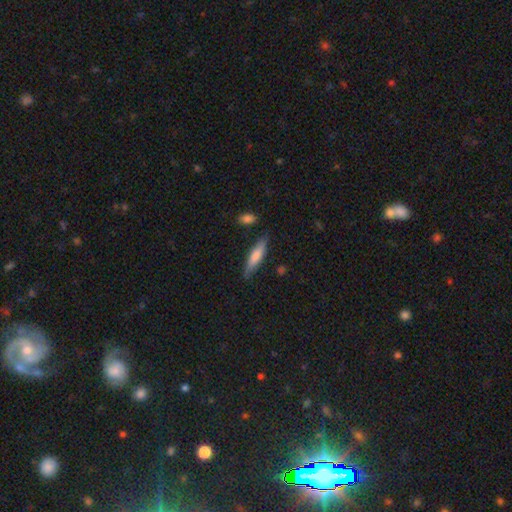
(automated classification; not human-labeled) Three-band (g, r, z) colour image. It shows a smooth galaxy with no disk features (72%) that is cigar-shaped (76%). Merging: none (79%).